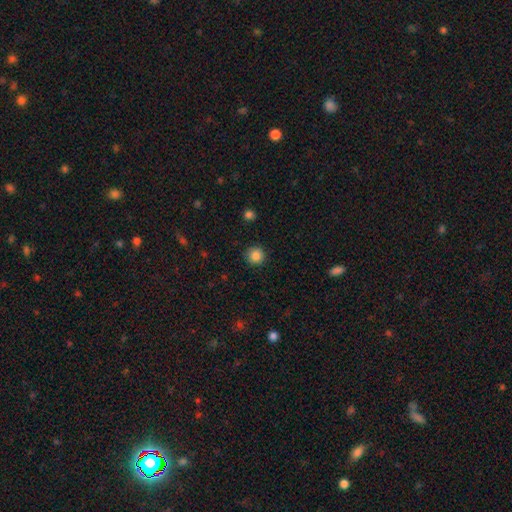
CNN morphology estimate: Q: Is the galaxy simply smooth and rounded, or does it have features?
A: smooth — 86%.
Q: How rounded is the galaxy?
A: round — 94%.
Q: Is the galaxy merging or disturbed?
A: none — 91%.